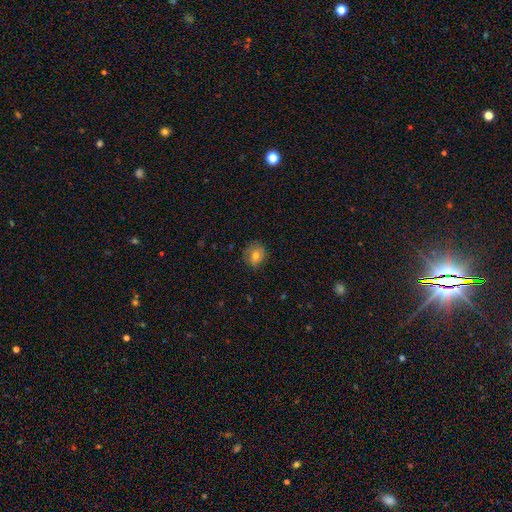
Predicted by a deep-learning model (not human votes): smooth_or_featured: smooth (p=0.70) [alt: featured or disk p=0.20]
how_rounded: round (p=0.71) [alt: in between p=0.28]
merging: none (p=0.74) [alt: minor disturbance p=0.20]